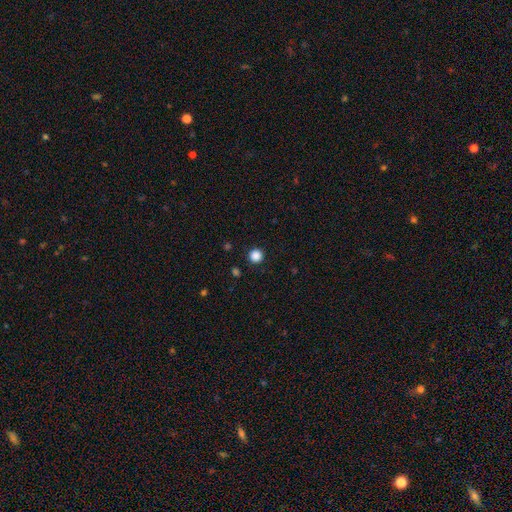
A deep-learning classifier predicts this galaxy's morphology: Smooth or featured?
  - smooth: 86% *
  - star or artifact: 11%
  - featured or disk: 2%
How rounded?
  - round: 95% *
  - in between: 4%
  - cigar-shaped: 1%
Merging?
  - none: 92% *
  - minor disturbance: 5%
  - major disturbance: 2%
  - merger: 1%